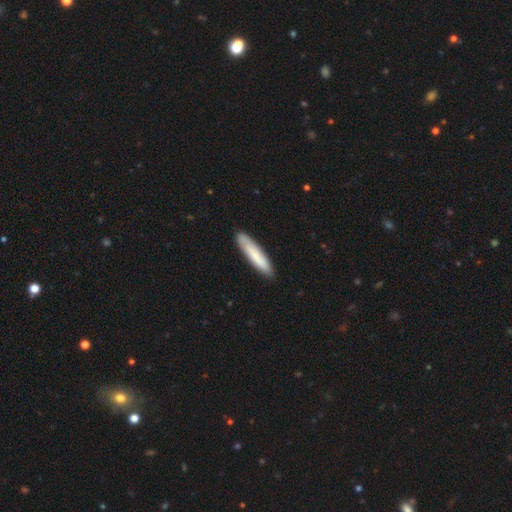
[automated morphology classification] smooth 77%, featured or disk 17%, star or artifact 6%. Down the decision tree: how rounded — cigar-shaped (85%); merging — none (86%).